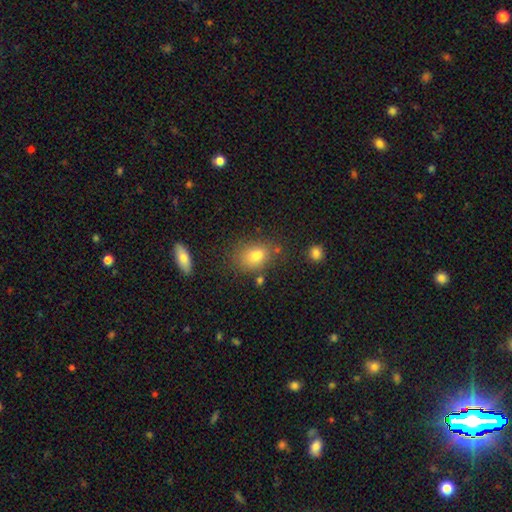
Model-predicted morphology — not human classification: smooth-or-featured: smooth: 79% | featured or disk: 11% | star or artifact: 11%
  how-rounded: in between: 75% | round: 23% | cigar-shaped: 2%
  merging: none: 65% | minor disturbance: 18% | merger: 10% | major disturbance: 6%